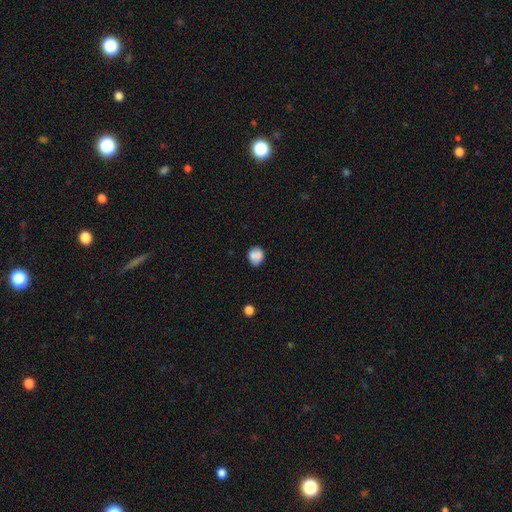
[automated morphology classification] The model was most divided on "merging": none: 66%, minor disturbance: 20%, merger: 9%, major disturbance: 5%. More confident: smooth or featured — smooth (81%); how rounded — round (73%).